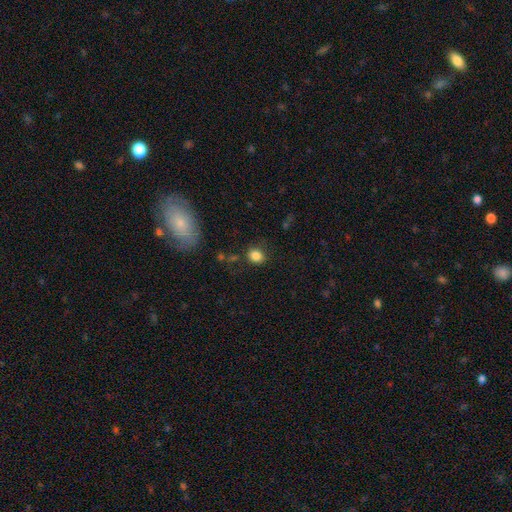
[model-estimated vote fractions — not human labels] smooth-or-featured: smooth: 84% | star or artifact: 11% | featured or disk: 5%
  how-rounded: round: 65% | in between: 34% | cigar-shaped: 1%
  merging: none: 80% | minor disturbance: 14% | major disturbance: 4% | merger: 3%